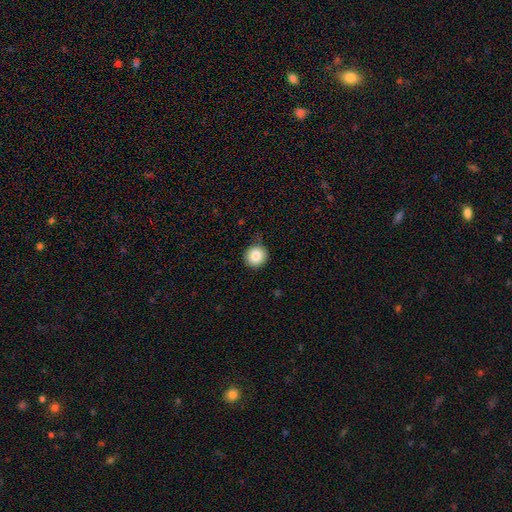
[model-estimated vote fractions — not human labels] Smooth or featured: smooth — 86% (star or artifact — 9%)
How rounded: round — 92% (in between — 7%)
Merging: none — 82% (minor disturbance — 15%)